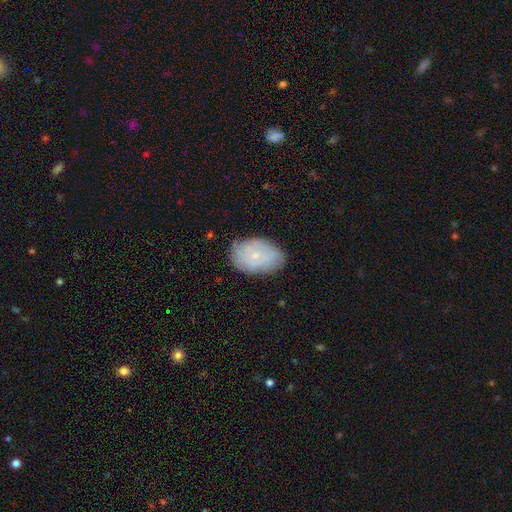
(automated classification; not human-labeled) Smooth or featured? Predicted: smooth (p=0.49). Merging? Predicted: none (p=0.74).